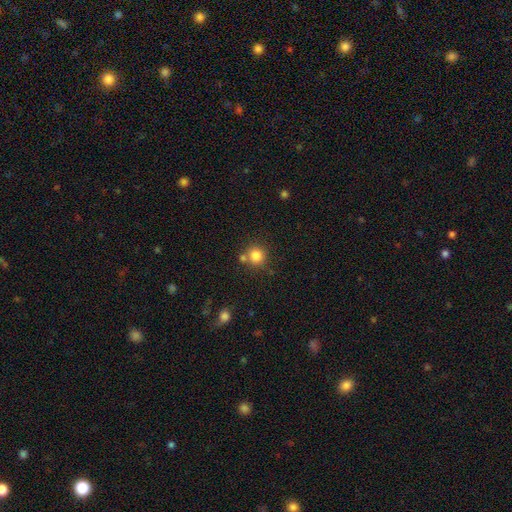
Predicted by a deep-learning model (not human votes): Smooth or featured: smooth — 82% (star or artifact — 12%)
How rounded: round — 92% (in between — 7%)
Merging: none — 71% (merger — 17%)